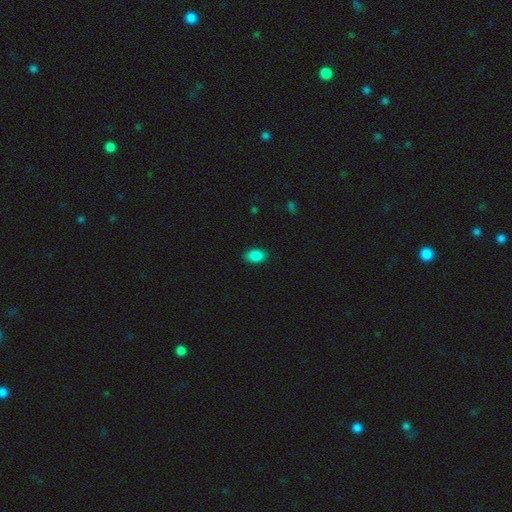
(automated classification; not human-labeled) A smooth galaxy with no disk features (87%) that is in between round and cigar-shaped (88%).

Vote fractions:
- Smooth or featured? smooth: 87% / star or artifact: 8% / featured or disk: 5%
- How rounded? in between: 88% / round: 10% / cigar-shaped: 1%
- Merging? none: 87% / minor disturbance: 10% / major disturbance: 2% / merger: 1%